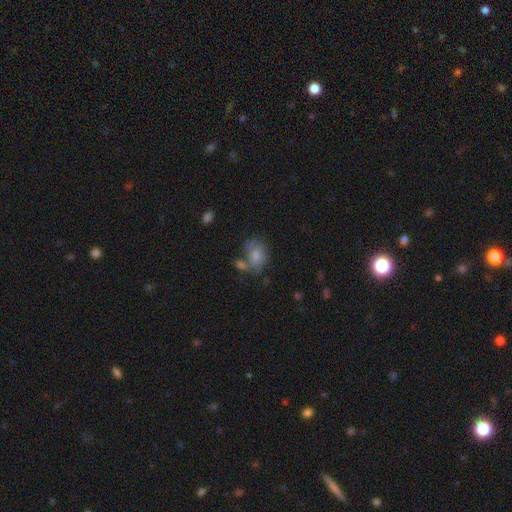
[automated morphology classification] Smooth or featured: smooth — 66% (featured or disk — 25%)
How rounded: in between — 63% (round — 36%)
Merging: none — 39% (merger — 27%)